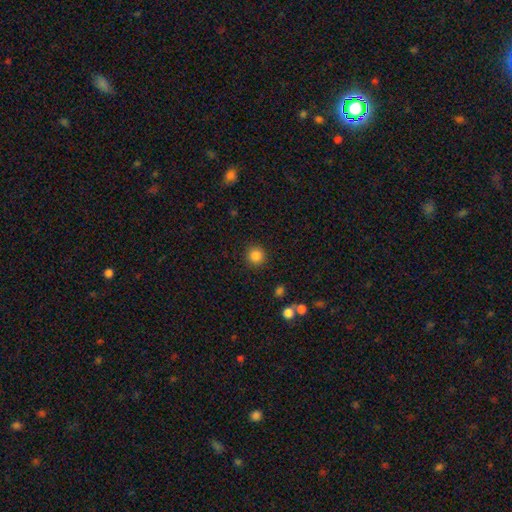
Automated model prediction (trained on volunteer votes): Smooth or featured? Predicted: smooth (p=0.85). How rounded? Predicted: round (p=0.94). Merging? Predicted: none (p=0.90).